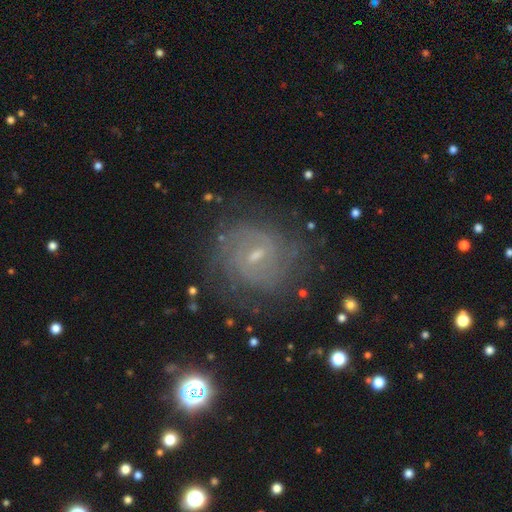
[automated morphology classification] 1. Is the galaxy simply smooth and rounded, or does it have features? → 80% featured or disk, 11% smooth, 9% star or artifact.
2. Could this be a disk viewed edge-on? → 97% no, 3% yes.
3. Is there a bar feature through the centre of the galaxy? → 63% weak, 20% no, 16% strong.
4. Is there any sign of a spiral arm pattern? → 92% yes, 8% no.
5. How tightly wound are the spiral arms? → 60% tight, 30% medium, 9% loose.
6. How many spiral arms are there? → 40% can't tell, 34% 2, 10% 3, 7% 4, 5% more than 4, 5% 1.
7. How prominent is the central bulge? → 64% small, 30% moderate, 4% none, 1% large, 1% dominant.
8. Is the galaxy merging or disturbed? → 77% none, 15% minor disturbance, 7% major disturbance, 2% merger.